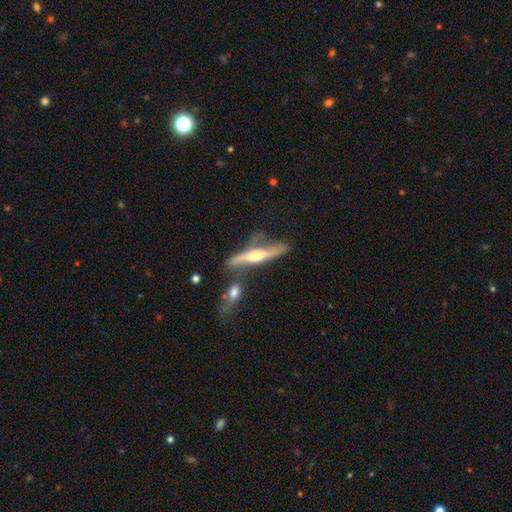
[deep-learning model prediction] smooth_or_featured: featured or disk (p=0.73) [alt: smooth p=0.21]
disk_edge_on: yes (p=0.89) [alt: no p=0.11]
edge_on_bulge: rounded (p=0.86) [alt: boxy p=0.08]
merging: none (p=0.51) [alt: merger p=0.21]